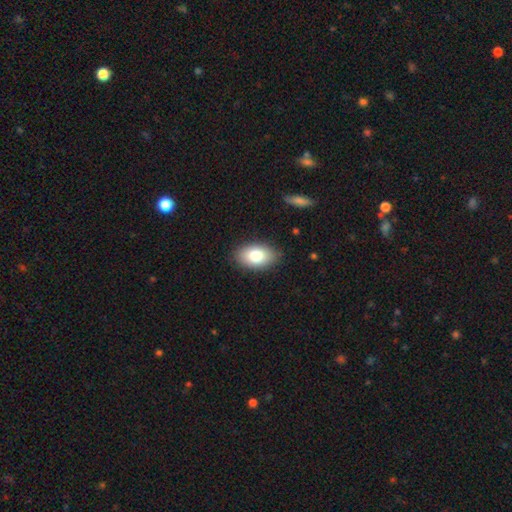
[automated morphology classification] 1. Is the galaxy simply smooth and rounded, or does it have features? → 80% smooth, 12% featured or disk, 7% star or artifact.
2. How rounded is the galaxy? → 91% in between, 7% round, 1% cigar-shaped.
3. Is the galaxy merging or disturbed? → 86% none, 11% minor disturbance, 2% major disturbance, 1% merger.